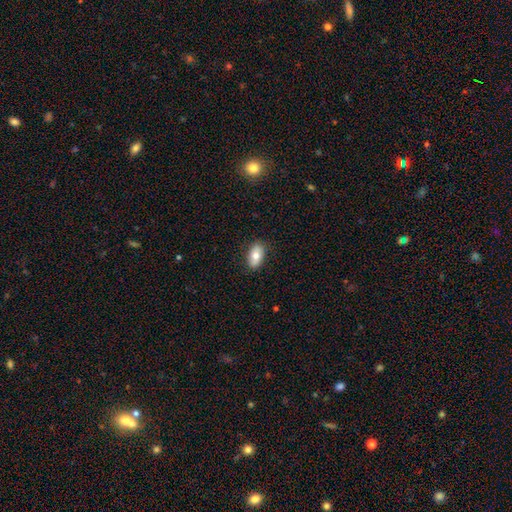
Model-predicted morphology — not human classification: smooth-or-featured: smooth: 75% | featured or disk: 18% | star or artifact: 7%
  how-rounded: in between: 92% | round: 5% | cigar-shaped: 3%
  merging: none: 85% | minor disturbance: 12% | major disturbance: 2% | merger: 1%